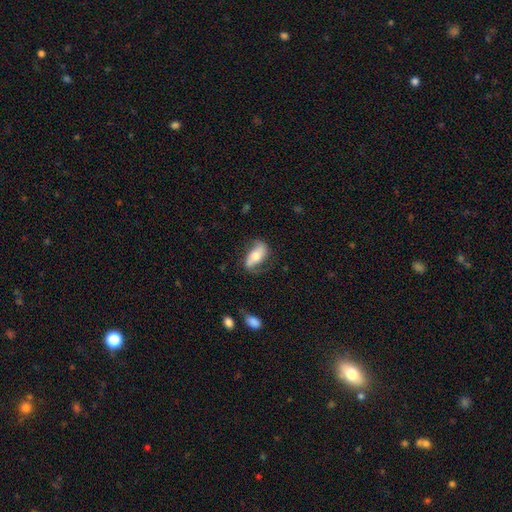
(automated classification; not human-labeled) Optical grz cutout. It shows a featured or disk galaxy (50%). Merging: none (65%).